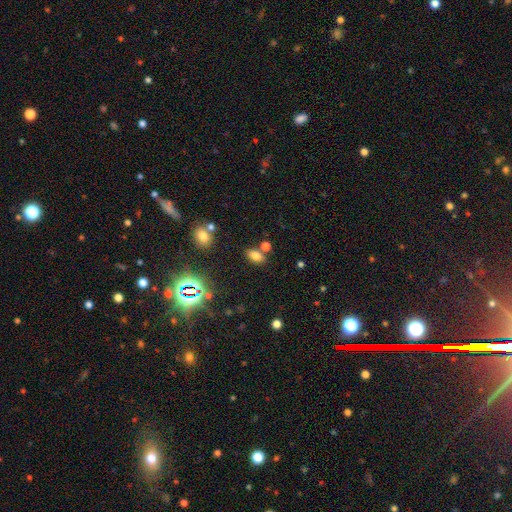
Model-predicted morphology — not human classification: A smooth galaxy with no disk features (74%) that is in between round and cigar-shaped (86%). Merging: none (73%).